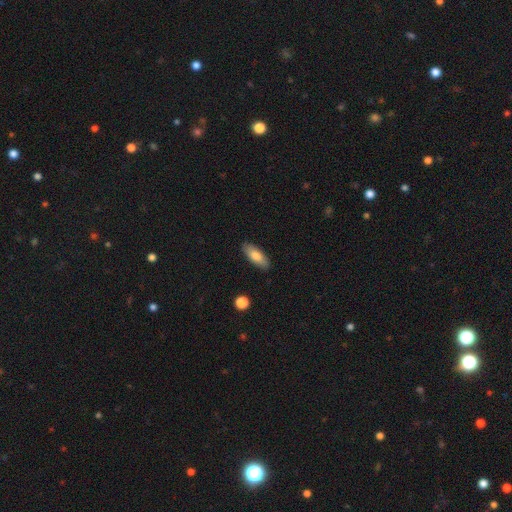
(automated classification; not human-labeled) A smooth galaxy with no disk features (77%) that is in between round and cigar-shaped (72%). Merging: none (87%).